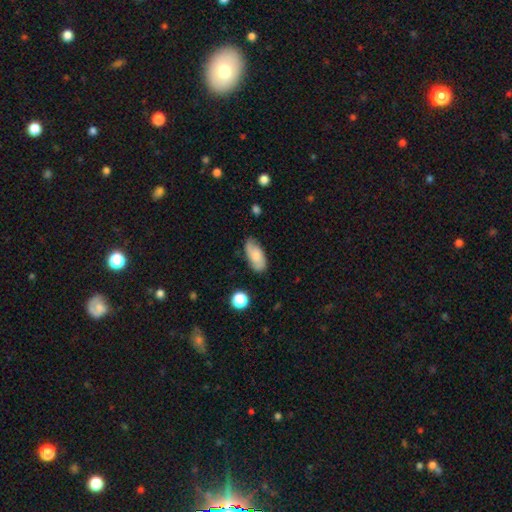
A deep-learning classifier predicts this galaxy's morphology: smooth_or_featured: smooth (p=0.68) [alt: featured or disk p=0.24]
how_rounded: in between (p=0.89) [alt: cigar-shaped p=0.08]
merging: none (p=0.74) [alt: minor disturbance p=0.20]